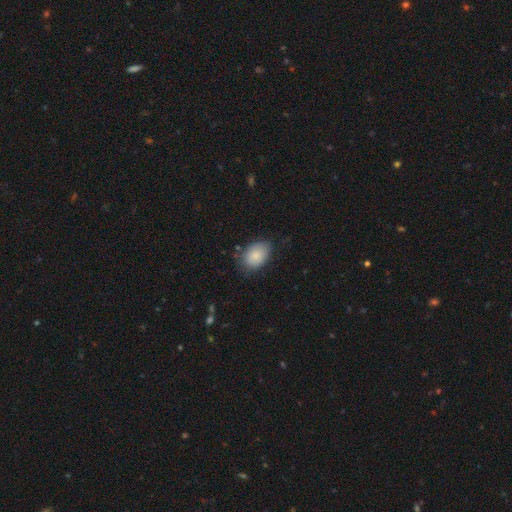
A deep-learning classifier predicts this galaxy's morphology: Q: Smooth or featured?
A: smooth (84%); runner-up: featured or disk (8%)
Q: How rounded?
A: in between (83%); runner-up: round (16%)
Q: Merging?
A: none (73%); runner-up: minor disturbance (21%)